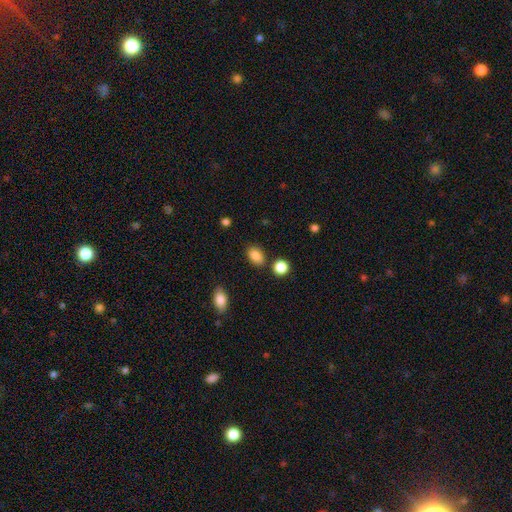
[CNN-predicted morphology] A smooth galaxy with no disk features (86%) that is in between round and cigar-shaped (84%). Merging: none (80%).